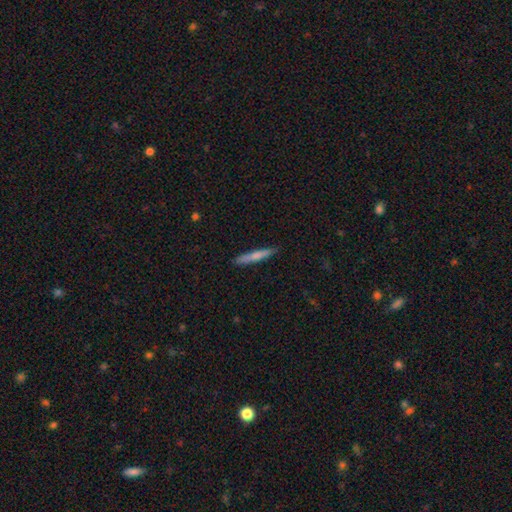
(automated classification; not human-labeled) smooth_or_featured: smooth (p=0.70) [alt: featured or disk p=0.25]
how_rounded: cigar-shaped (p=0.94) [alt: in between p=0.05]
merging: none (p=0.87) [alt: minor disturbance p=0.10]